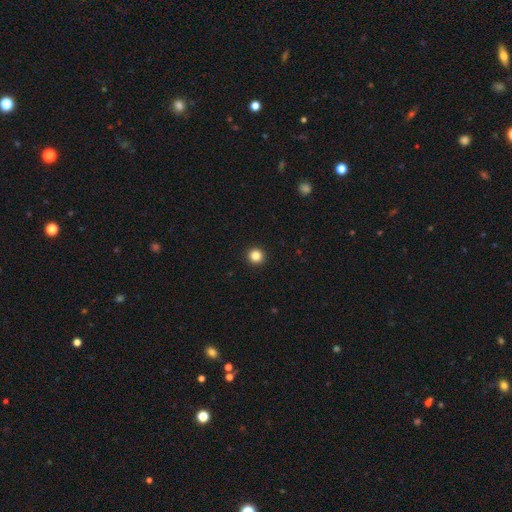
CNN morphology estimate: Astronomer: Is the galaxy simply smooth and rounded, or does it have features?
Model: smooth — 85%.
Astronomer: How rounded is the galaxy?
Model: round — 96%.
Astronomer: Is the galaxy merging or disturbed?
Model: none — 94%.